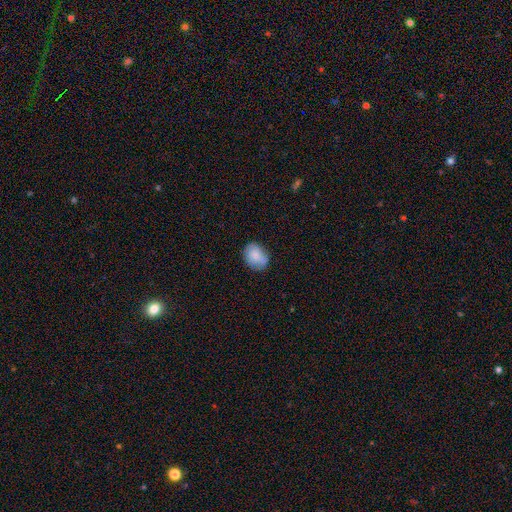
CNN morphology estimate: smooth-or-featured: smooth: 80% | featured or disk: 13% | star or artifact: 7%
  how-rounded: in between: 63% | round: 36% | cigar-shaped: 1%
  merging: none: 71% | minor disturbance: 22% | major disturbance: 5% | merger: 2%